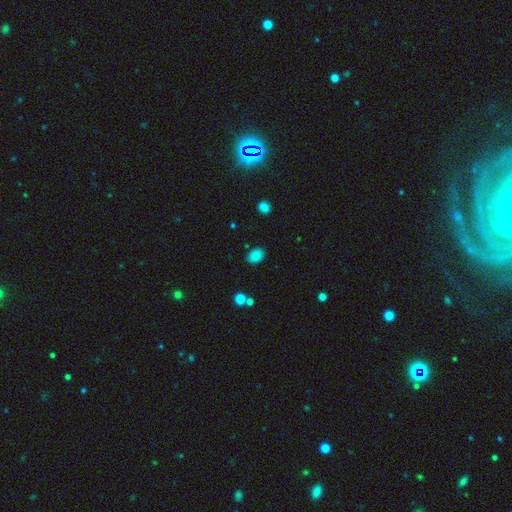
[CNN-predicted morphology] A smooth galaxy with no disk features (85%) that is in between round and cigar-shaped (76%).

Vote fractions:
- Smooth or featured? smooth: 85% / star or artifact: 11% / featured or disk: 4%
- How rounded? in between: 76% / round: 23% / cigar-shaped: 1%
- Merging? none: 83% / minor disturbance: 12% / major disturbance: 3% / merger: 2%